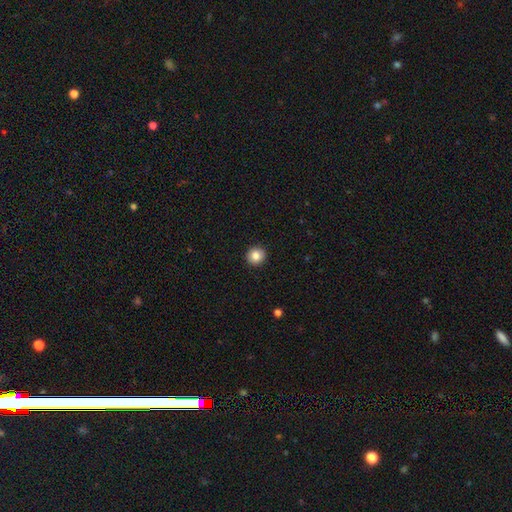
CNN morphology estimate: This appears to be a smooth galaxy with no disk features (84%) that is round (93%). Merging: none (93%).